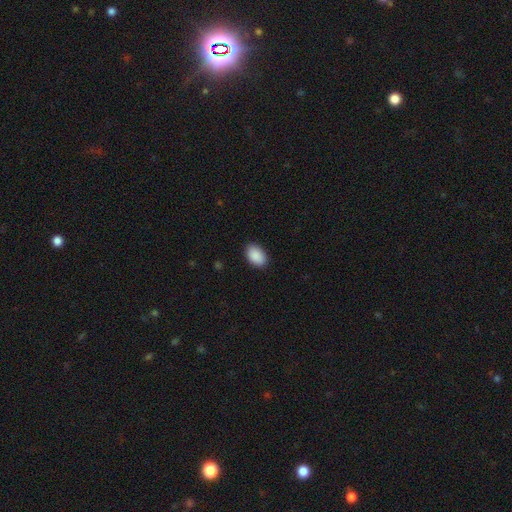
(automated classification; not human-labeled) This appears to be a smooth galaxy with no disk features (91%) that is in between round and cigar-shaped (90%). Merging: none (88%).